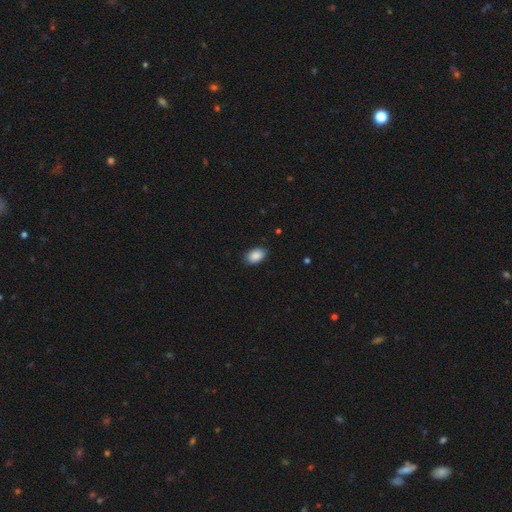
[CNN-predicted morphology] This appears to be a smooth galaxy with no disk features (89%) that is in between round and cigar-shaped (90%). Merging: none (86%).